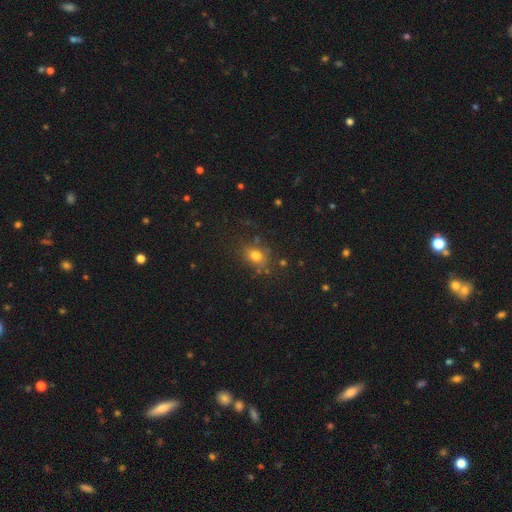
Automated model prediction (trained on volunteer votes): This appears to be a smooth galaxy with no disk features (76%) that is in between round and cigar-shaped (57%). Merging: none (71%).